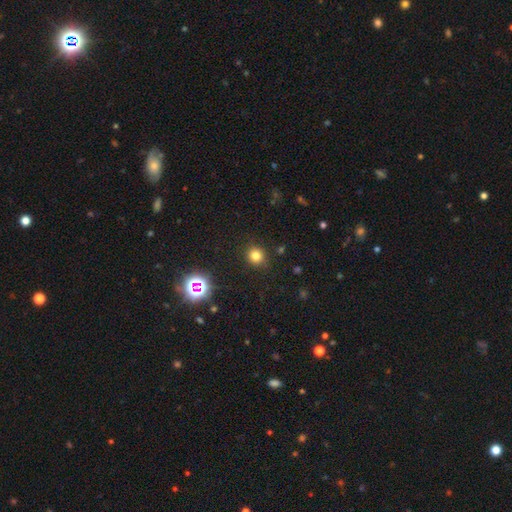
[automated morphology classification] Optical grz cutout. It shows a smooth galaxy with no disk features (77%) that is round (88%). Merging: none (89%).